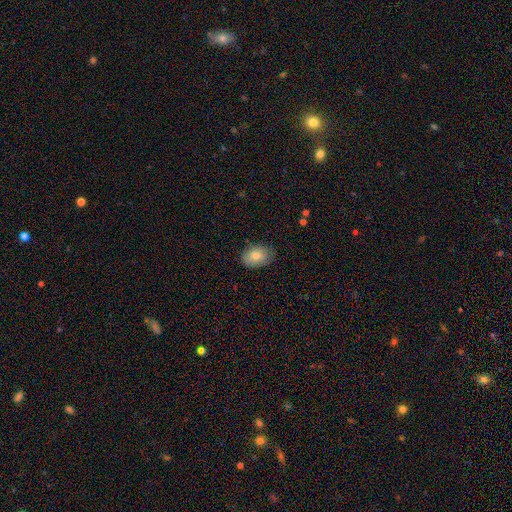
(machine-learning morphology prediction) Smooth or featured: smooth — 81% (featured or disk — 11%)
How rounded: in between — 82% (round — 17%)
Merging: none — 79% (minor disturbance — 16%)